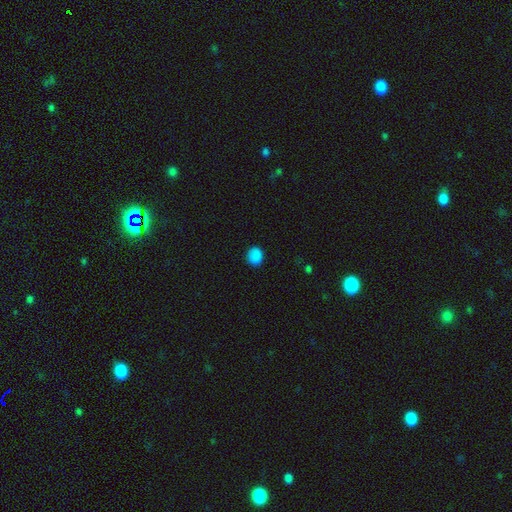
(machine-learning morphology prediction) This is clearly a smooth galaxy (86%). How rounded: likely round (66%). Merging: clearly none (84%).